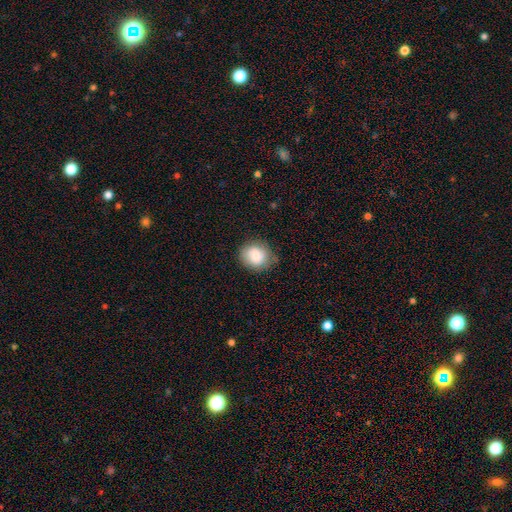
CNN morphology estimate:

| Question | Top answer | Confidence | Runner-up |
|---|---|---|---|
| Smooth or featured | smooth | 81% | featured or disk (11%) |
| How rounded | round | 79% | in between (20%) |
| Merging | none | 75% | minor disturbance (19%) |